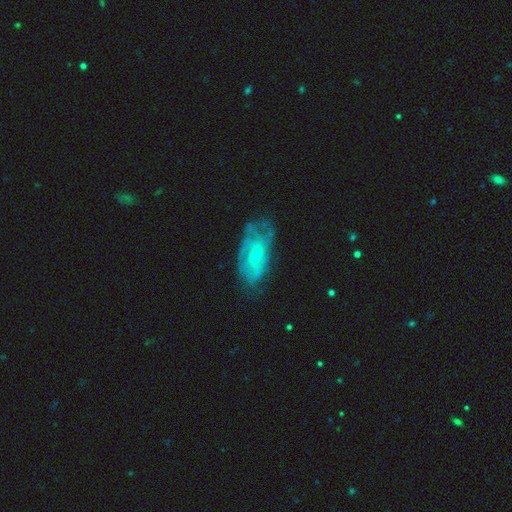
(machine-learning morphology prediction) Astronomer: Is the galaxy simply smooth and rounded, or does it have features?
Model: featured or disk — 70%.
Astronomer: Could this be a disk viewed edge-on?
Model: no — 95%.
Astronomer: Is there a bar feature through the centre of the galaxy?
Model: no — 70%.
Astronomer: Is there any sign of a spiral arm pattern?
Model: yes — 77%.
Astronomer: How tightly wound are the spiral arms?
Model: tight — 45% (runner-up: medium, 39%).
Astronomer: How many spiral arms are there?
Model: can't tell — 50%.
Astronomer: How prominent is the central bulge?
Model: small — 73%.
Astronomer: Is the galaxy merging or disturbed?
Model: none — 54%.